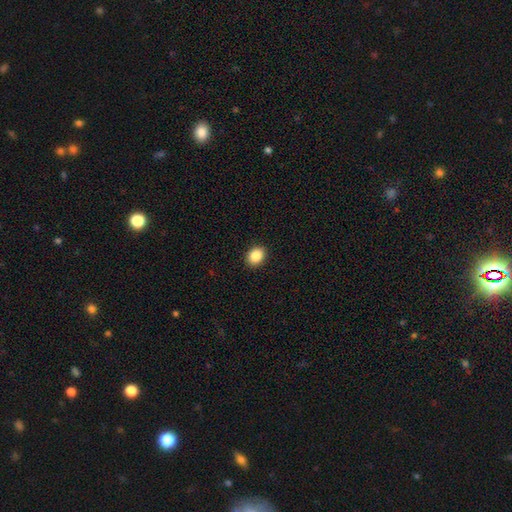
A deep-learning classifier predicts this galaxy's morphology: The model was most divided on "how rounded": in between: 53%, round: 46%, cigar-shaped: 1%. More confident: merging — none (91%); smooth or featured — smooth (88%).